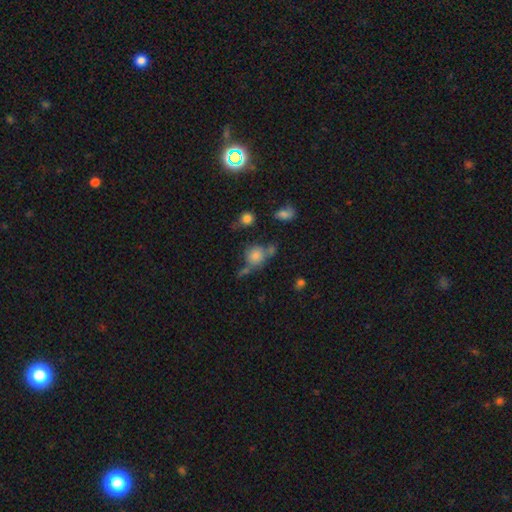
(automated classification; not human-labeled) A smooth galaxy with no disk features (75%) that is round (77%). Merging: none (48%).